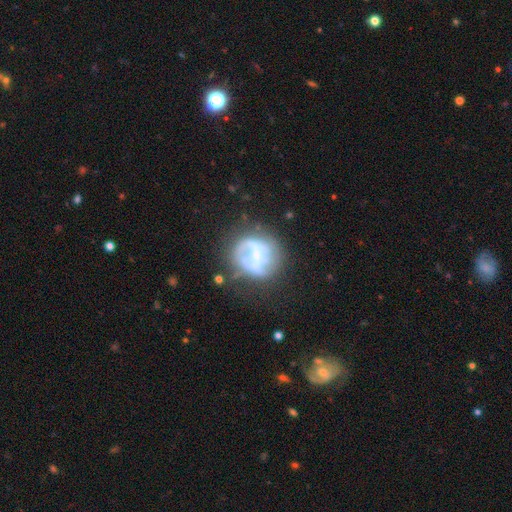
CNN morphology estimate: type=featured or disk (61%); edge-on=no (97%); bar=no (54%); spiral arms=no (64%); bulge=small (40%); merging=none (47%).